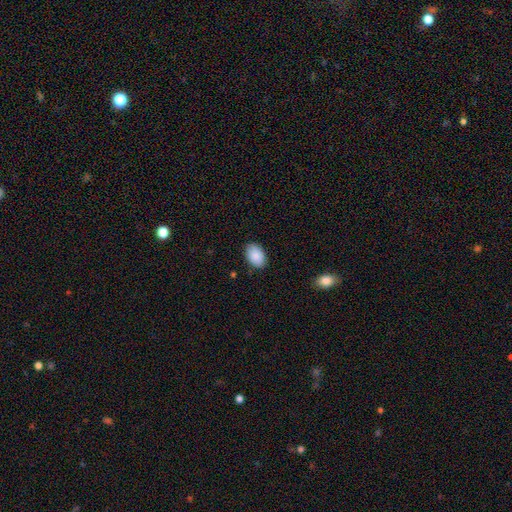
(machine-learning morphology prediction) This appears to be a smooth galaxy with no disk features (89%) that is in between round and cigar-shaped (89%). Merging: none (86%).